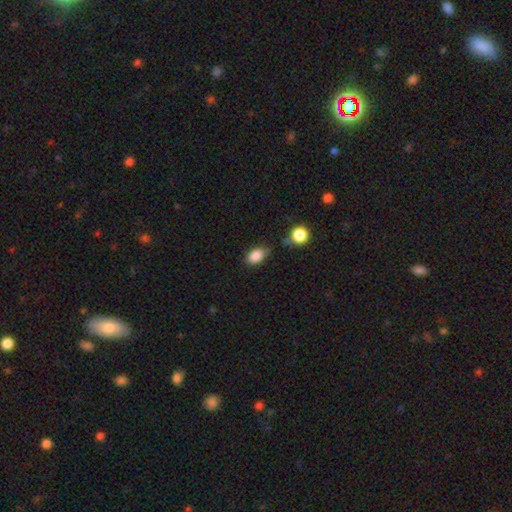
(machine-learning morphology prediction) Overall: smooth (86%). How rounded: in between (84%). Merging: none (62%; minor disturbance 25%).